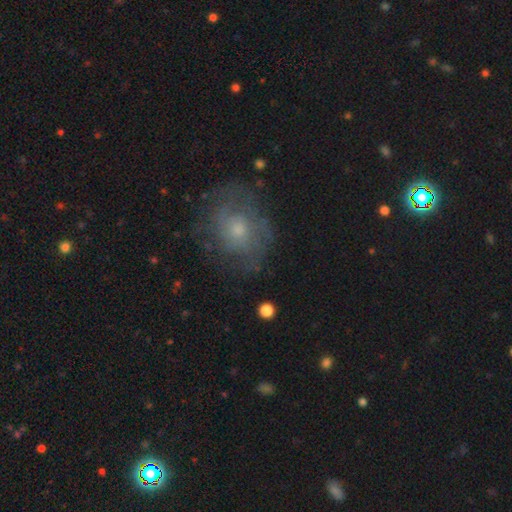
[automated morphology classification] Overall: featured or disk (48%; smooth 31%). Merging: none (74%).